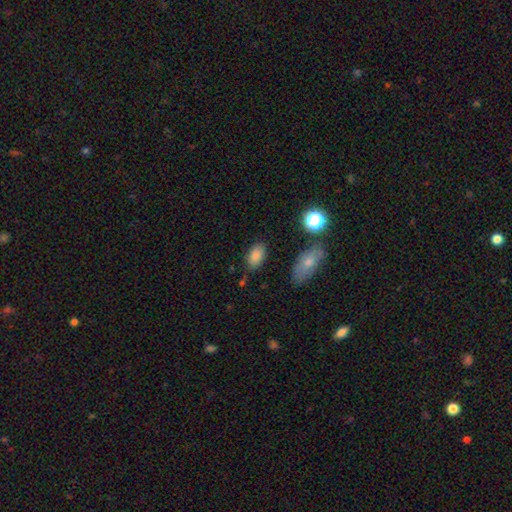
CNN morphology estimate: smooth_or_featured: smooth (p=0.84) [alt: star or artifact p=0.09]
how_rounded: in between (p=0.91) [alt: round p=0.07]
merging: none (p=0.78) [alt: minor disturbance p=0.15]